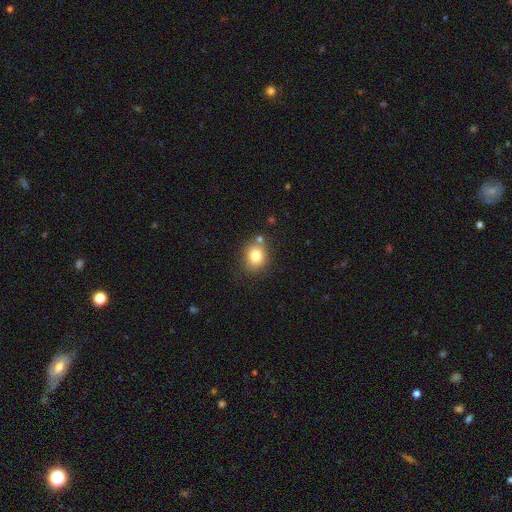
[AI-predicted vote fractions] Smooth or featured? smooth (80%)
How rounded? round (70%)
Merging? none (76%)